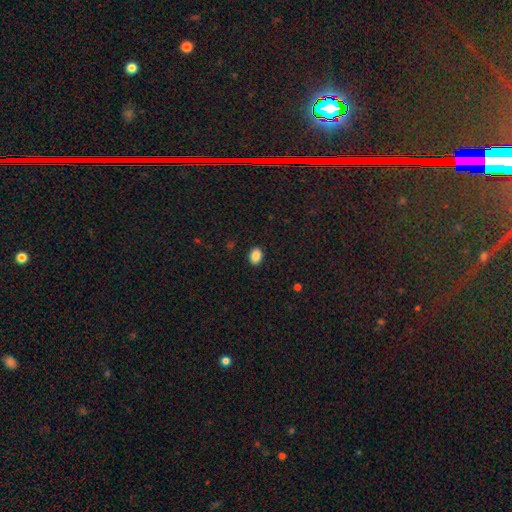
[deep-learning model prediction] Smooth or featured? Predicted: smooth (p=0.87). How rounded? Predicted: in between (p=0.75). Merging? Predicted: none (p=0.90).